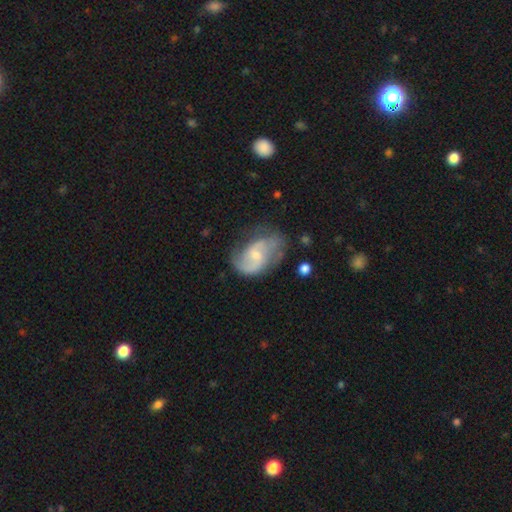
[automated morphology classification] Smooth or featured: featured or disk — 77% (smooth — 17%)
Edge-on disk: no — 97% (yes — 3%)
Bar: weak — 50% (no — 41%)
Spiral arms: yes — 92% (no — 8%)
Spiral winding: medium — 45% (loose — 39%)
Spiral arm count: 2 — 79% (can't tell — 9%)
Bulge size: small — 54% (moderate — 35%)
Merging: none — 56% (minor disturbance — 26%)